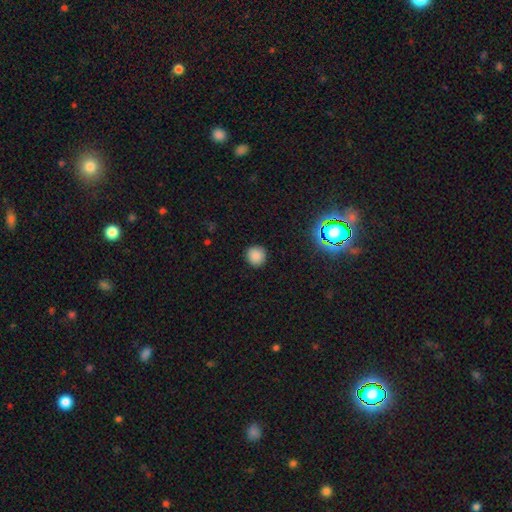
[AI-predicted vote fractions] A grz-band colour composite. It shows a smooth galaxy with no disk features (84%) that is round (94%). Merging: none (92%).